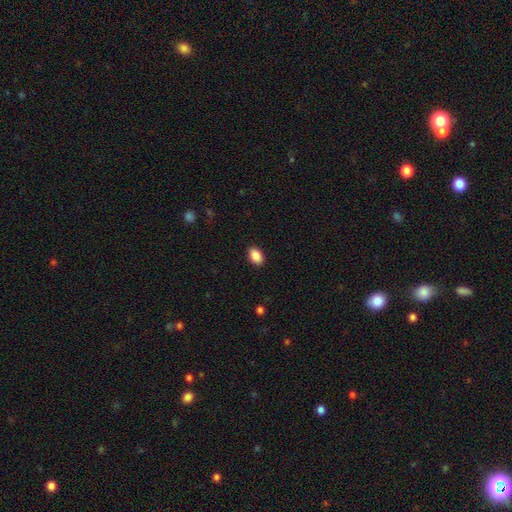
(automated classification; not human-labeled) Smooth or featured?
  - smooth: 89% *
  - star or artifact: 8%
  - featured or disk: 4%
How rounded?
  - in between: 89% *
  - round: 9%
  - cigar-shaped: 1%
Merging?
  - none: 89% *
  - minor disturbance: 8%
  - major disturbance: 2%
  - merger: 1%